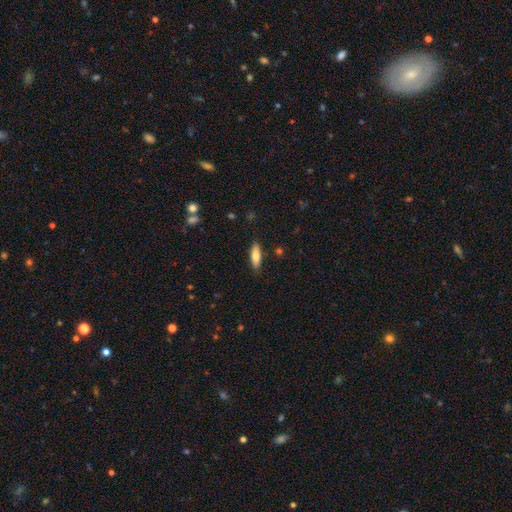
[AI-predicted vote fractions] smooth-or-featured: smooth: 74% | featured or disk: 19% | star or artifact: 6%
  how-rounded: in between: 51% | cigar-shaped: 47% | round: 2%
  merging: none: 86% | minor disturbance: 10% | major disturbance: 2% | merger: 2%